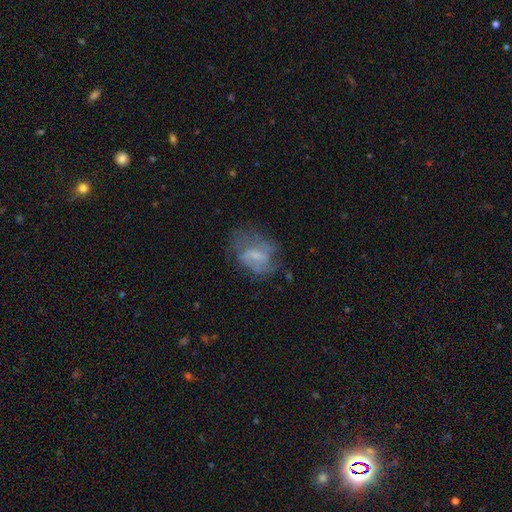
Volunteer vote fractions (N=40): Q: Smooth or featured?
A: featured or disk (55%); runner-up: smooth (32%)
Q: Edge-on disk?
A: no (100%)
Q: Bar?
A: no (59%); runner-up: weak (32%)
Q: Spiral arms?
A: no (55%); runner-up: yes (45%)
Q: Bulge size?
A: small (50%); runner-up: none (27%)
Q: Merging?
A: none (37%); tied with: major disturbance (37%)